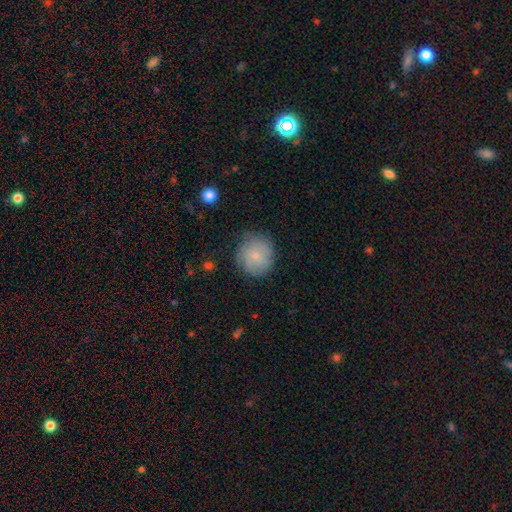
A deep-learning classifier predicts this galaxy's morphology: Q: Smooth or featured?
A: smooth (69%); runner-up: featured or disk (23%)
Q: How rounded?
A: round (89%); runner-up: in between (10%)
Q: Merging?
A: none (72%); runner-up: minor disturbance (21%)